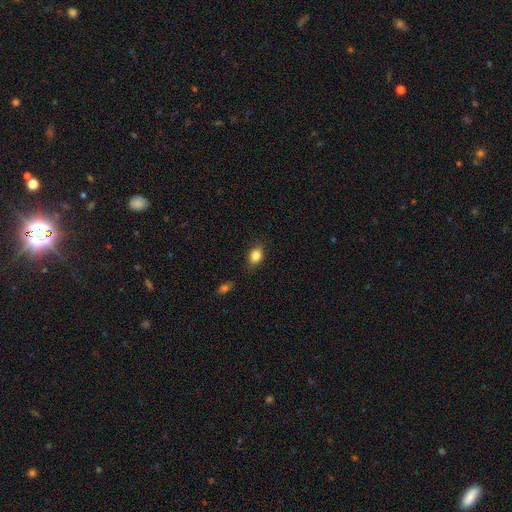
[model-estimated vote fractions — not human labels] Smooth or featured? Predicted: smooth (p=0.83). How rounded? Predicted: in between (p=0.74). Merging? Predicted: none (p=0.81).